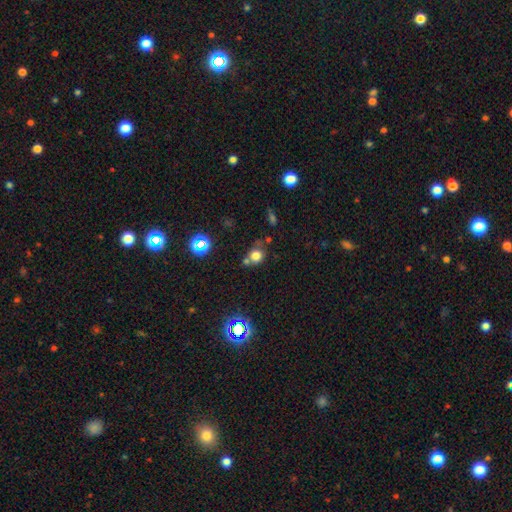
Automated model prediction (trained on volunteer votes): smooth 73%, star or artifact 18%, featured or disk 9%. Down the decision tree: how rounded — round (80%); merging — none (56%).